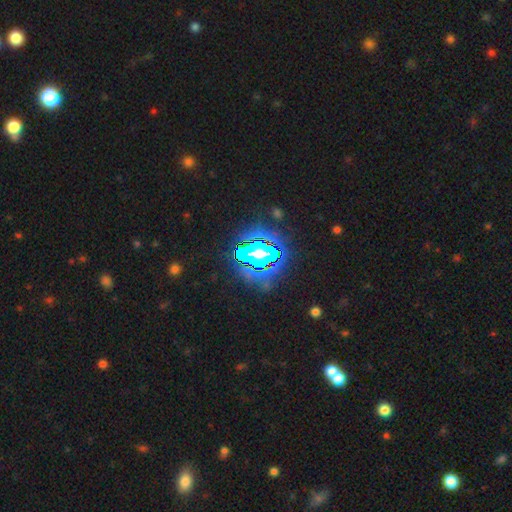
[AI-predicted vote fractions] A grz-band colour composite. It shows a star or artifact, not a galaxy (78%).